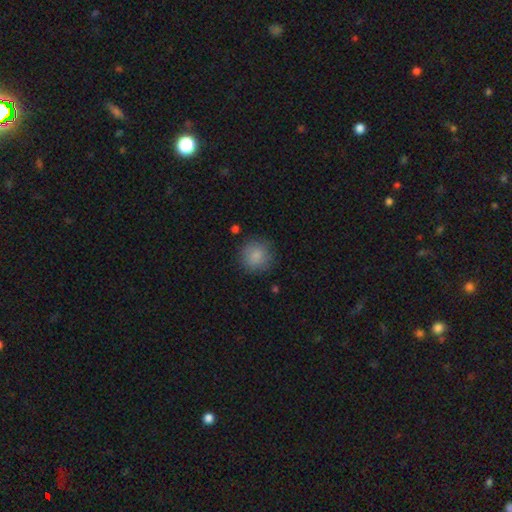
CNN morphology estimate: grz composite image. It shows a smooth galaxy with no disk features (85%) that is round (93%). Merging: none (84%).